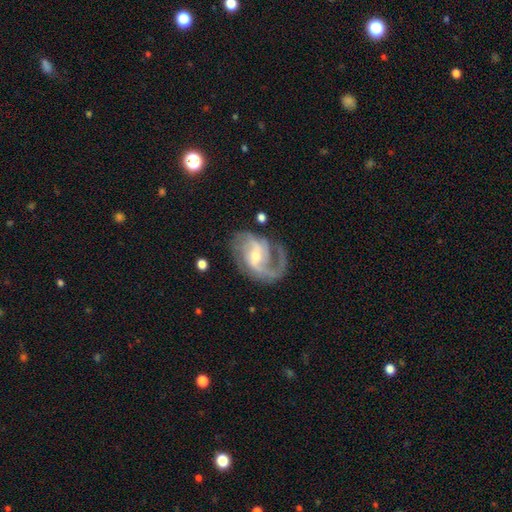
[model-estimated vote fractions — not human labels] Q: Smooth or featured?
A: featured or disk (88%); runner-up: smooth (7%)
Q: Edge-on disk?
A: no (98%); runner-up: yes (2%)
Q: Bar?
A: weak (52%); runner-up: no (26%)
Q: Spiral arms?
A: yes (96%); runner-up: no (4%)
Q: Spiral winding?
A: medium (49%); runner-up: loose (31%)
Q: Spiral arm count?
A: 2 (55%); runner-up: 1 (16%)
Q: Bulge size?
A: small (47%); tied with: moderate (47%)
Q: Merging?
A: none (58%); runner-up: major disturbance (20%)